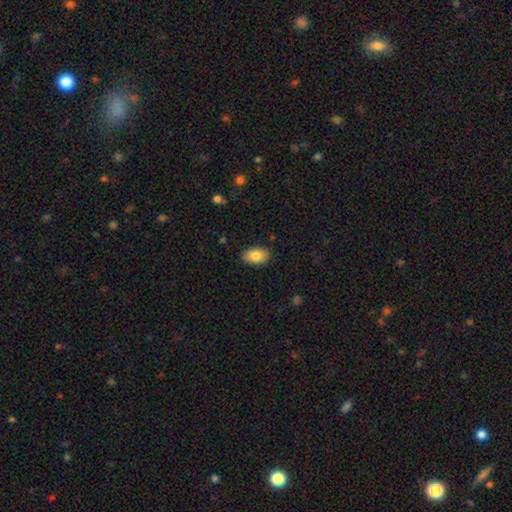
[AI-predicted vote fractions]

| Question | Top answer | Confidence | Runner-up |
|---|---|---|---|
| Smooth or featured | smooth | 84% | featured or disk (9%) |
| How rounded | in between | 91% | round (8%) |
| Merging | none | 87% | minor disturbance (10%) |